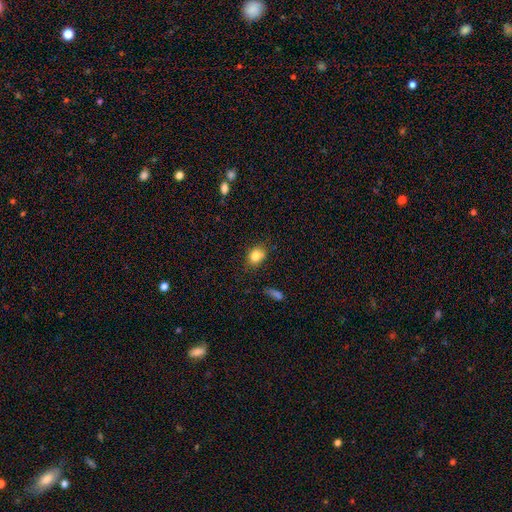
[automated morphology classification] Smooth or featured?
  - smooth: 82% *
  - star or artifact: 10%
  - featured or disk: 8%
How rounded?
  - in between: 57% *
  - round: 42%
  - cigar-shaped: 2%
Merging?
  - none: 75% *
  - minor disturbance: 18%
  - major disturbance: 4%
  - merger: 3%